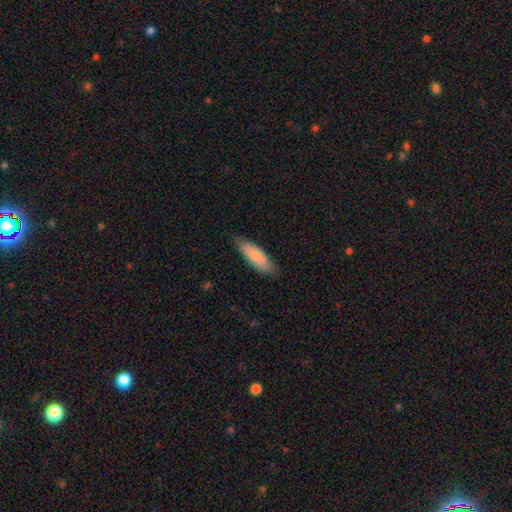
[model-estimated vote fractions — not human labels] smooth-or-featured: smooth: 83% | featured or disk: 12% | star or artifact: 5%
  how-rounded: in between: 54% | cigar-shaped: 45% | round: 1%
  merging: none: 81% | minor disturbance: 15% | major disturbance: 3% | merger: 1%